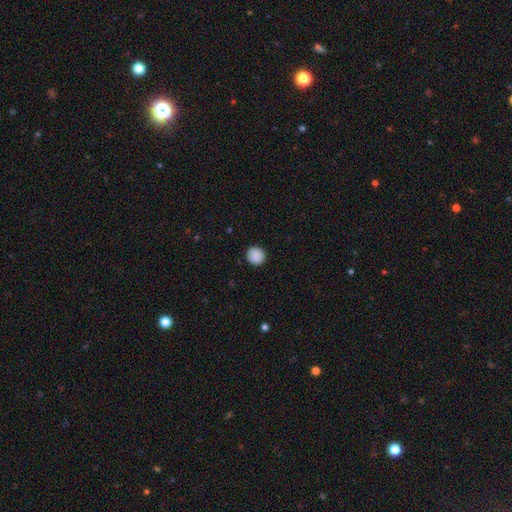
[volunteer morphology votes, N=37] Q: Smooth or featured?
A: smooth (95%); runner-up: star or artifact (5%)
Q: How rounded?
A: round (97%); runner-up: in between (3%)
Q: Merging?
A: none (94%); runner-up: minor disturbance (6%)